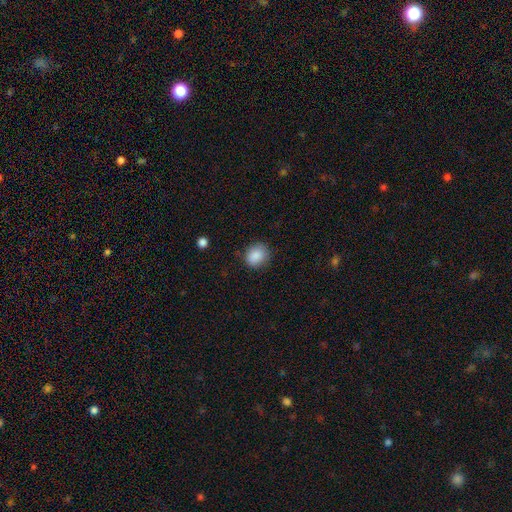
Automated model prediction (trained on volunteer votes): Smooth or featured? smooth (87%)
How rounded? round (68%)
Merging? none (81%)